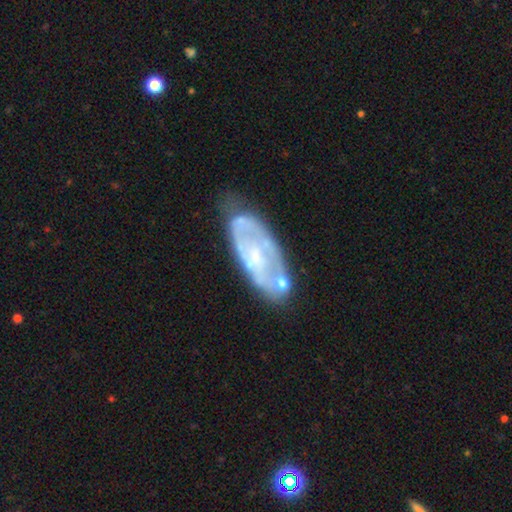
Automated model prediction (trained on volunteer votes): featured or disk 67%, smooth 26%, star or artifact 7%. Down the decision tree: edge-on disk — no (89%); bar — no (69%); spiral arms — yes (51%); bulge size — small (49%); merging — none (55%).